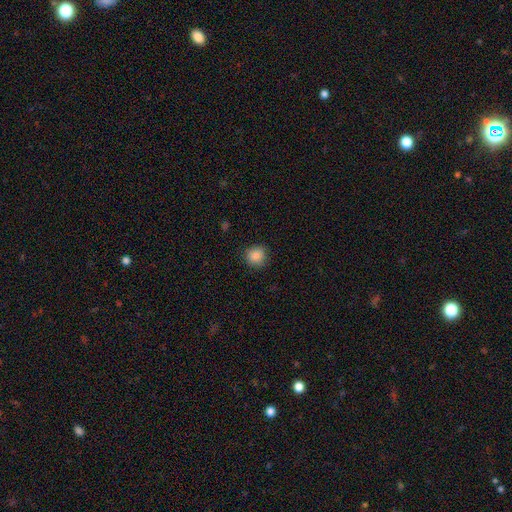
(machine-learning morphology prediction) A smooth galaxy with no disk features (86%) that is round (91%). Merging: none (88%).